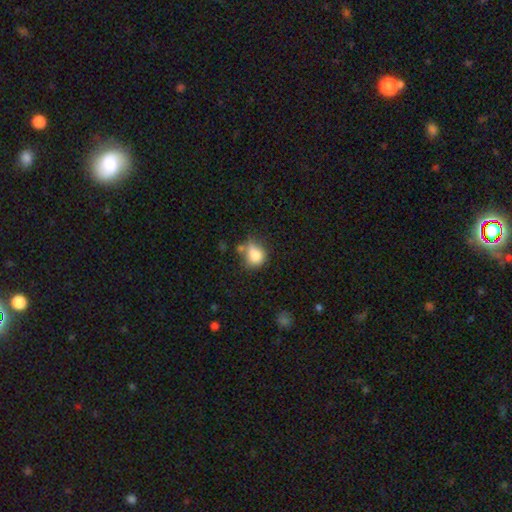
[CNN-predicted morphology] Smooth or featured? Predicted: smooth (p=0.78). How rounded? Predicted: round (p=0.64). Merging? Predicted: none (p=0.41).